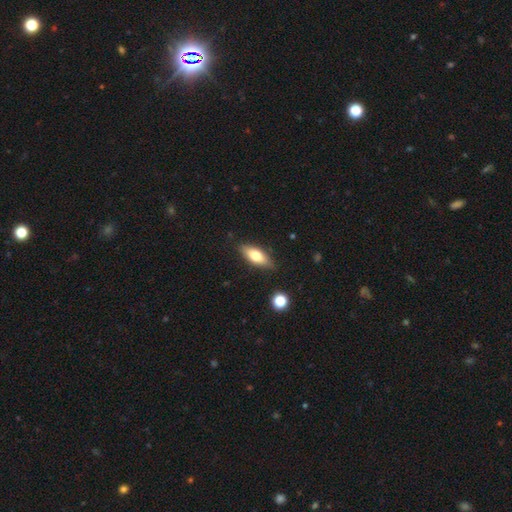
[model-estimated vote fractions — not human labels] smooth 69%, featured or disk 25%, star or artifact 7%. Down the decision tree: how rounded — in between (71%); merging — none (84%).